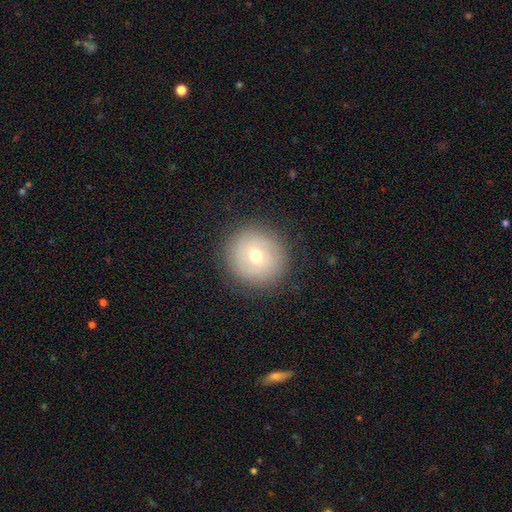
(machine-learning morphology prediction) Smooth or featured? smooth (59%)
How rounded? round (91%)
Merging? none (87%)